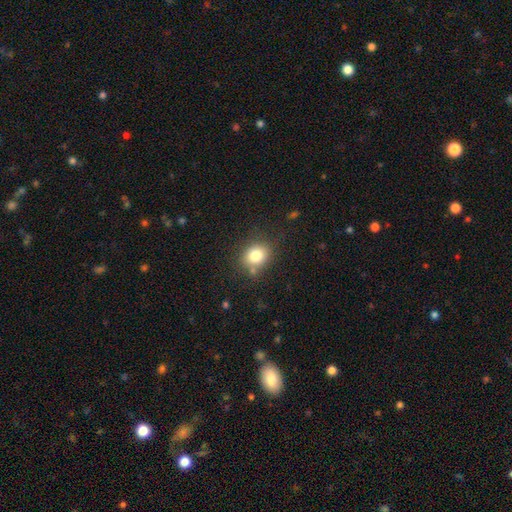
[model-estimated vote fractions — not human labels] Morphology: type=smooth (79%); roundness=round (61%); merging=none (76%).